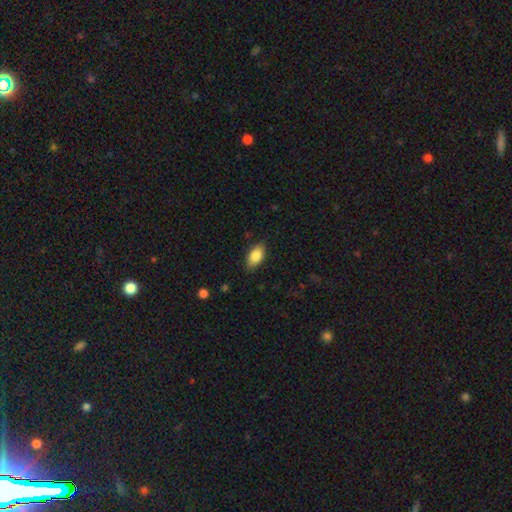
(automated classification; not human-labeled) Smooth or featured: smooth — 86% (featured or disk — 7%)
How rounded: in between — 92% (round — 4%)
Merging: none — 84% (minor disturbance — 12%)